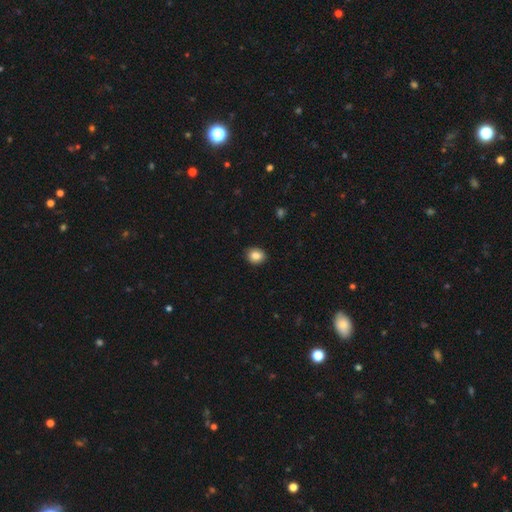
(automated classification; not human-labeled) This appears to be a smooth galaxy with no disk features (84%) that is round (72%). Merging: none (91%).